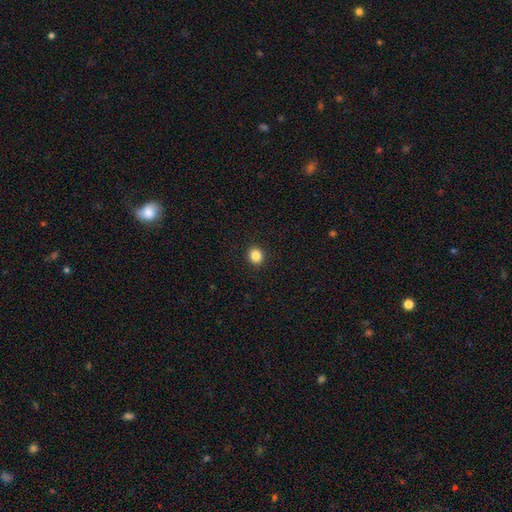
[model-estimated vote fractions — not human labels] Smooth or featured: smooth — 86% (star or artifact — 10%)
How rounded: round — 77% (in between — 22%)
Merging: none — 92% (minor disturbance — 5%)